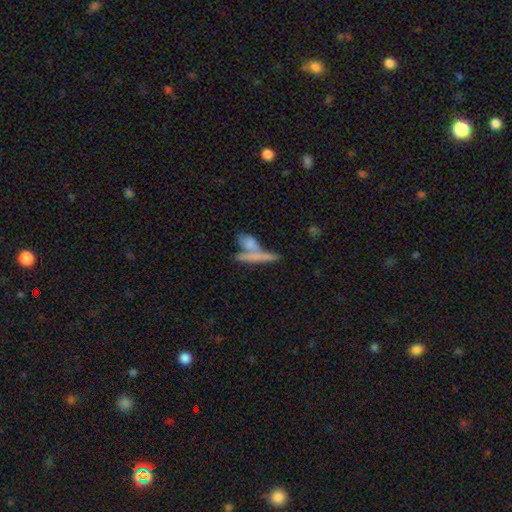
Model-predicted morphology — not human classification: type=smooth (58%); roundness=cigar-shaped (70%); merging=none (43%).